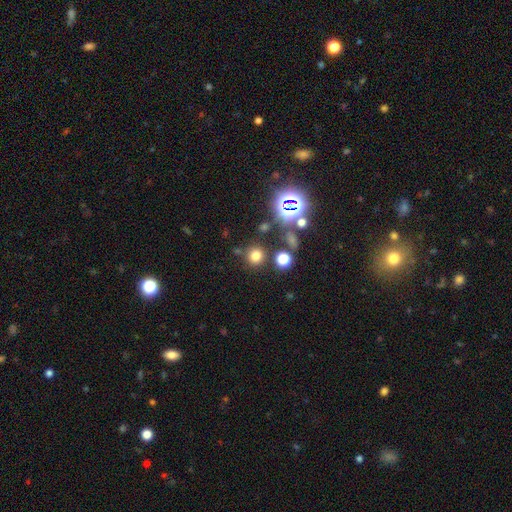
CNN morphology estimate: A smooth galaxy with no disk features (69%) that is round (91%).

Vote fractions:
- Smooth or featured? smooth: 69% / star or artifact: 24% / featured or disk: 7%
- How rounded? round: 91% / in between: 8% / cigar-shaped: 1%
- Merging? none: 81% / minor disturbance: 8% / merger: 7% / major disturbance: 4%